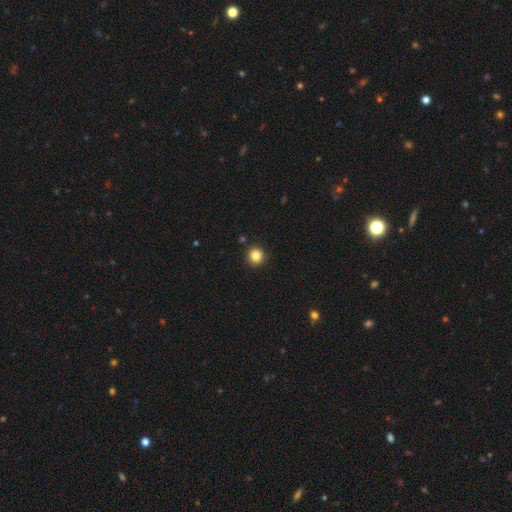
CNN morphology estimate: A smooth galaxy with no disk features (85%) that is round (93%). Merging: none (92%).